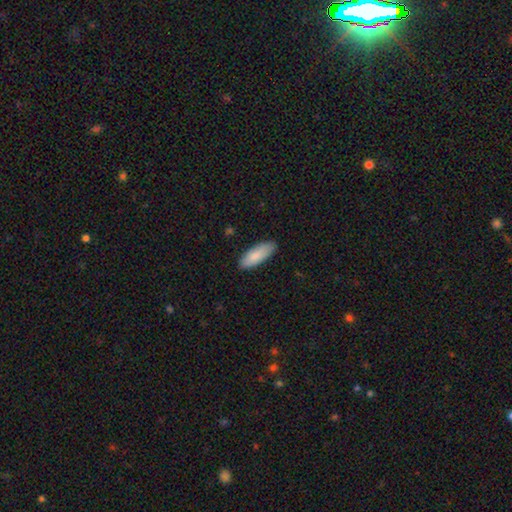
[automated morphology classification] smooth-or-featured: smooth: 87% | featured or disk: 8% | star or artifact: 5%
  how-rounded: in between: 73% | cigar-shaped: 26% | round: 1%
  merging: none: 86% | minor disturbance: 11% | major disturbance: 2% | merger: 1%